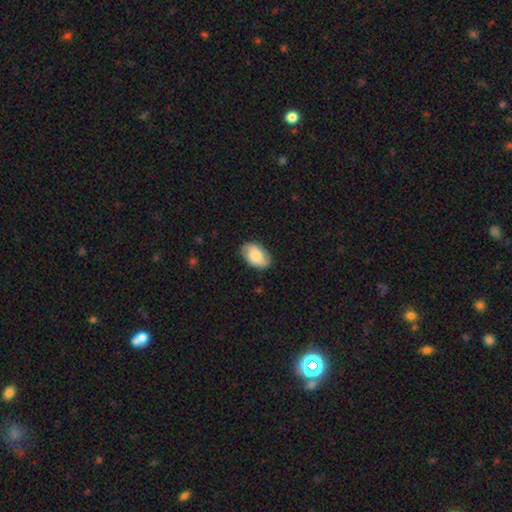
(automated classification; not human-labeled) smooth 48%, featured or disk 44%, star or artifact 8%. Down the decision tree: merging — none (82%).